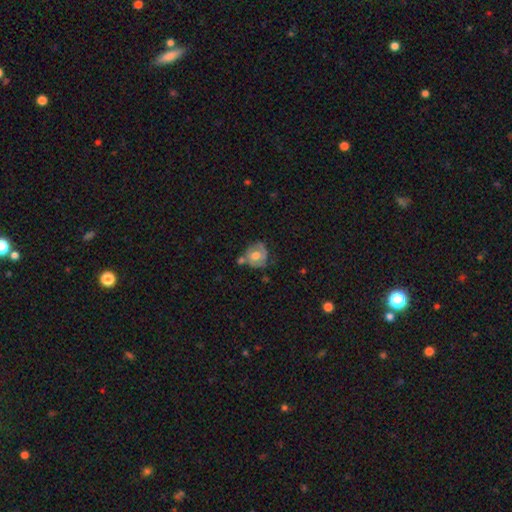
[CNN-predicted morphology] smooth-or-featured: featured or disk: 50% | smooth: 43% | star or artifact: 7%
  disk-edge-on: no: 97% | yes: 3%
  merging: none: 49% | minor disturbance: 26% | merger: 15% | major disturbance: 11%